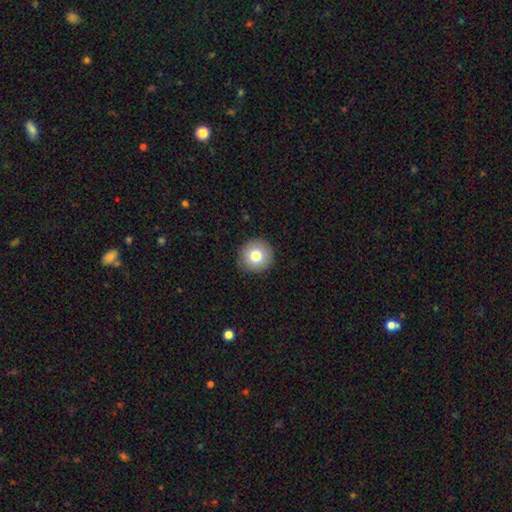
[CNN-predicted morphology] smooth_or_featured: smooth (p=0.78) [alt: featured or disk p=0.12]
how_rounded: round (p=0.95) [alt: in between p=0.04]
merging: none (p=0.91) [alt: minor disturbance p=0.06]